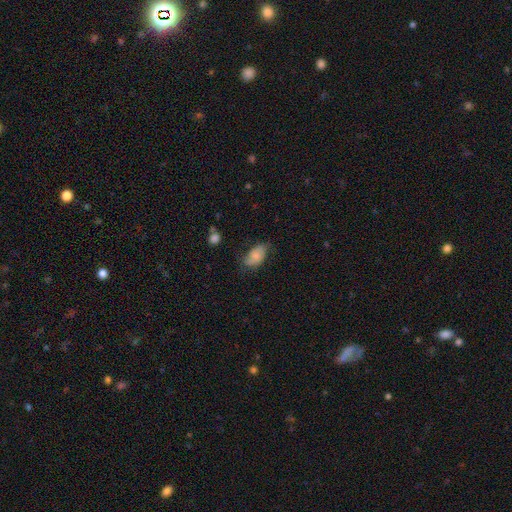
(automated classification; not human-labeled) This is likely a smooth galaxy (69%). How rounded: clearly in between (92%). Merging: possibly none (56%).